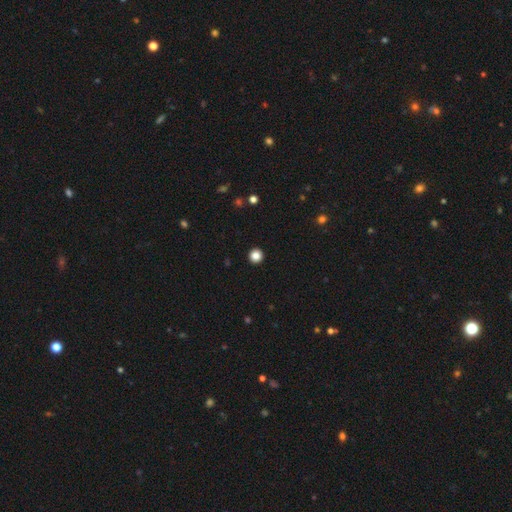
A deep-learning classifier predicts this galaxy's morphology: A smooth galaxy with no disk features (85%) that is round (96%). Merging: none (94%).